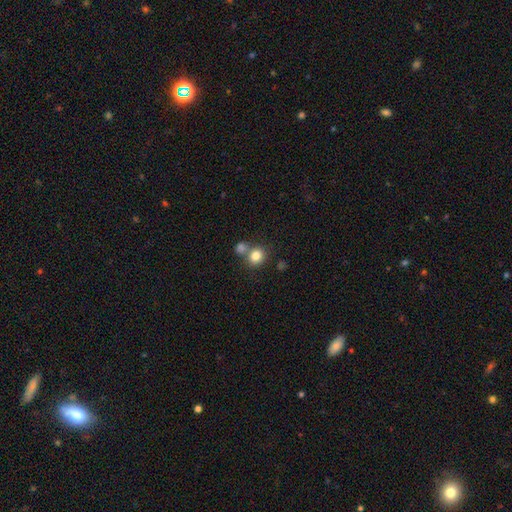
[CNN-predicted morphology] Smooth or featured? Predicted: smooth (p=0.82). How rounded? Predicted: round (p=0.78). Merging? Predicted: none (p=0.59).